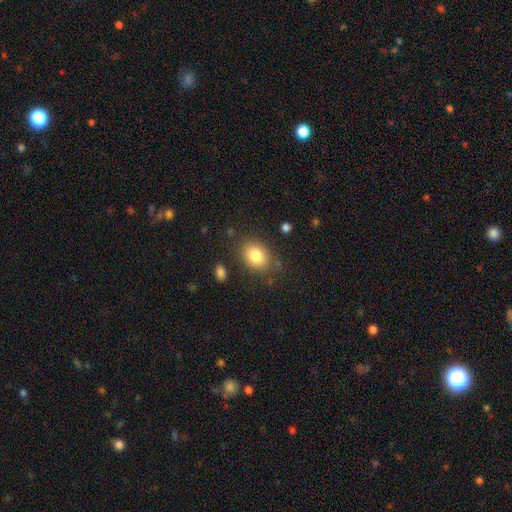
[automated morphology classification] Q: Smooth or featured?
A: smooth (83%); runner-up: star or artifact (9%)
Q: How rounded?
A: in between (59%); runner-up: round (40%)
Q: Merging?
A: none (80%); runner-up: minor disturbance (13%)